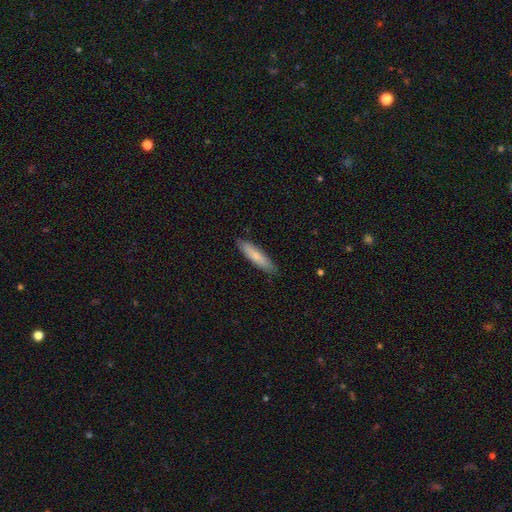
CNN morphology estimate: Smooth or featured? smooth (74%)
How rounded? cigar-shaped (80%)
Merging? none (87%)